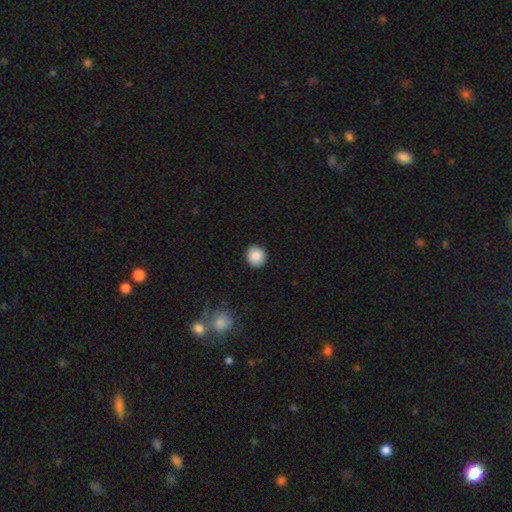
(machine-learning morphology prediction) The model was most divided on "how rounded": round: 89%, in between: 10%, cigar-shaped: 1%. More confident: merging — none (91%); smooth or featured — smooth (88%).